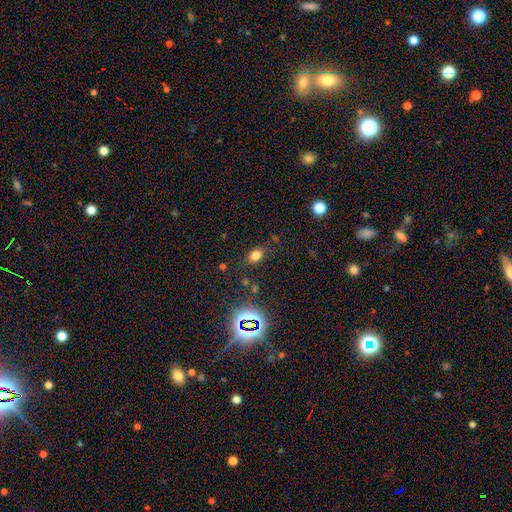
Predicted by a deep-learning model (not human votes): This is likely a smooth galaxy (73%). How rounded: likely in between (70%). Merging: likely none (78%).